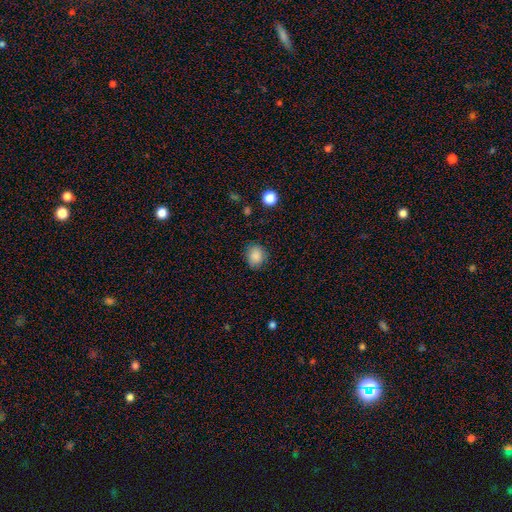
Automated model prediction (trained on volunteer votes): Overall: smooth (87%). How rounded: round (67%; in between 32%). Merging: none (84%).